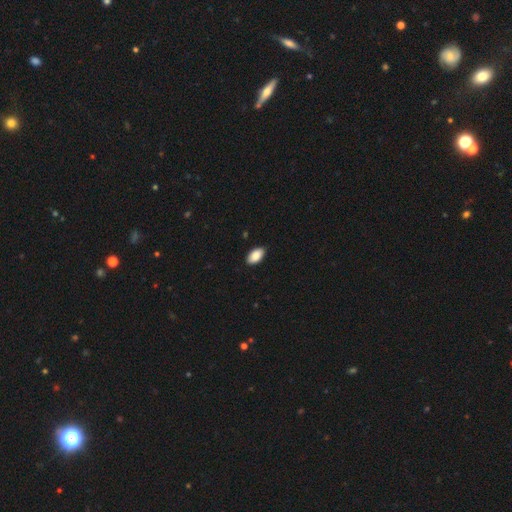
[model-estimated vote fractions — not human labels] This appears to be a smooth galaxy with no disk features (88%) that is in between round and cigar-shaped (95%). Merging: none (89%).